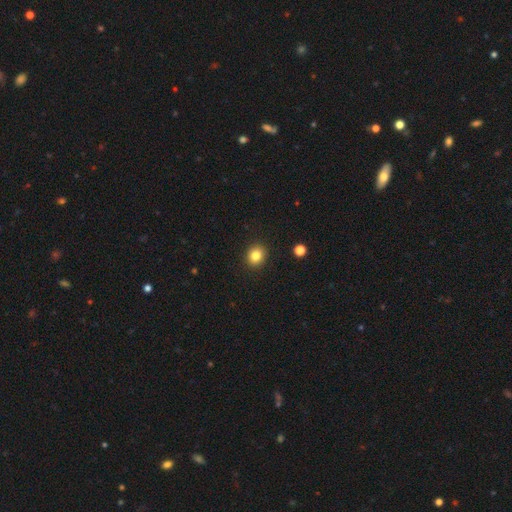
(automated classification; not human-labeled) smooth_or_featured: smooth (p=0.83) [alt: star or artifact p=0.11]
how_rounded: round (p=0.79) [alt: in between p=0.20]
merging: none (p=0.92) [alt: minor disturbance p=0.05]